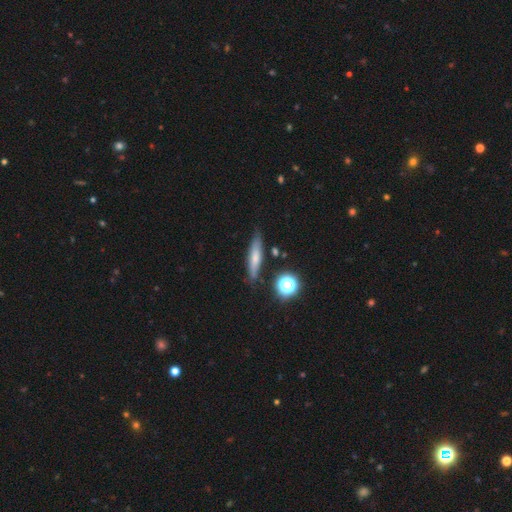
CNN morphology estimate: Smooth or featured: smooth — 55% (featured or disk — 32%)
How rounded: cigar-shaped — 78% (in between — 16%)
Merging: none — 82% (minor disturbance — 12%)